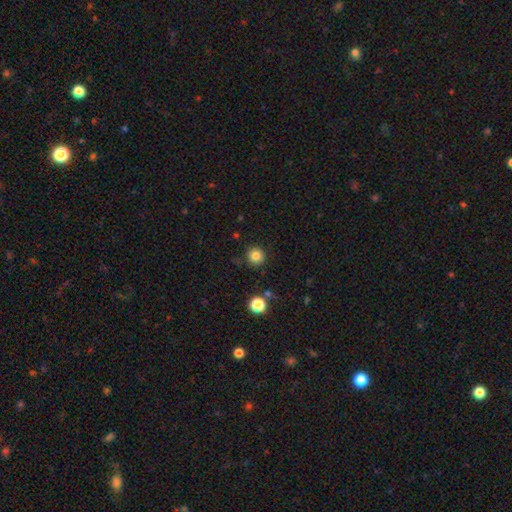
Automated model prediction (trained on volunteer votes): smooth 82%, star or artifact 12%, featured or disk 6%. Down the decision tree: how rounded — round (94%); merging — none (89%).